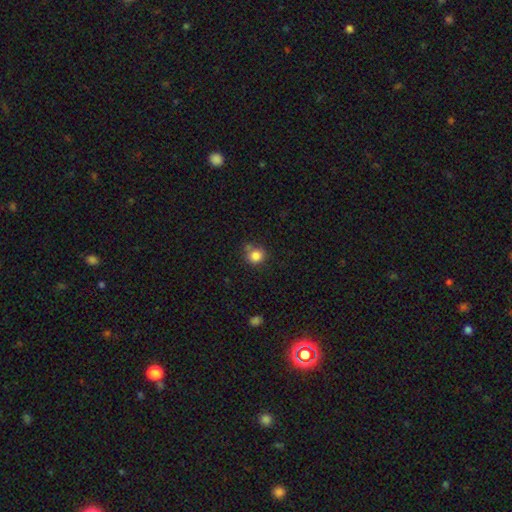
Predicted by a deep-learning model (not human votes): This is clearly a smooth galaxy (84%). How rounded: clearly round (85%). Merging: likely none (65%).